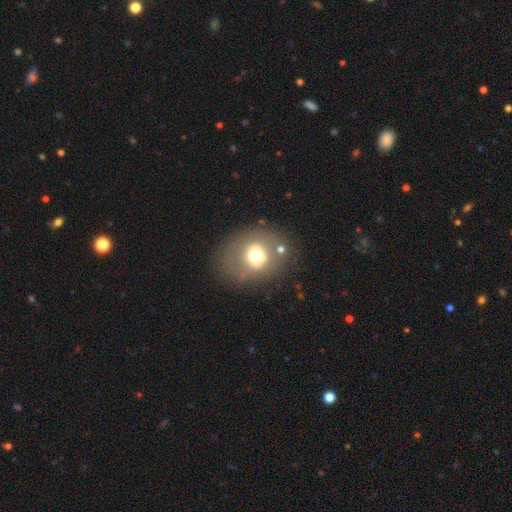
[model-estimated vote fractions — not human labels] This is possibly a smooth galaxy (57%). How rounded: possibly round (56%). Merging: likely none (64%).